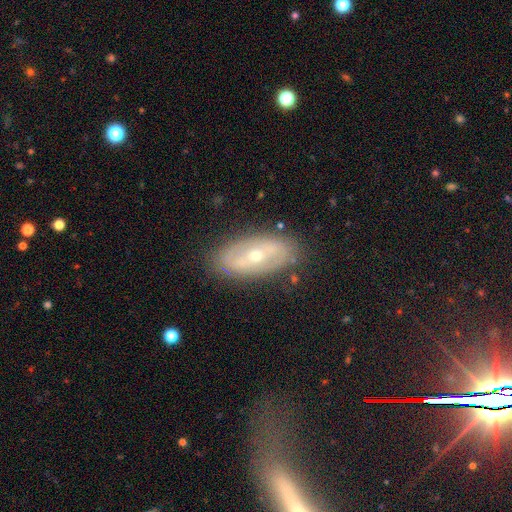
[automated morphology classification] Smooth or featured? Predicted: featured or disk (p=0.67). Edge-on disk? Predicted: no (p=0.87). Bar? Predicted: no (p=0.45). Spiral arms? Predicted: no (p=0.53). Bulge size? Predicted: small (p=0.51). Merging? Predicted: none (p=0.83).